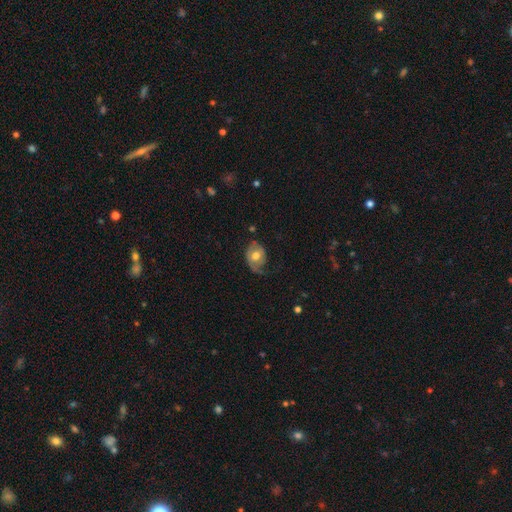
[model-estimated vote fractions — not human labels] Smooth or featured?
  - smooth: 47% *
  - featured or disk: 46%
  - star or artifact: 7%
Merging?
  - none: 40% *
  - minor disturbance: 34%
  - major disturbance: 24%
  - merger: 2%